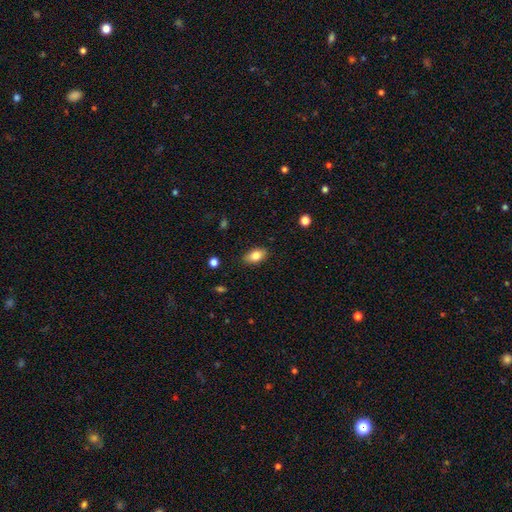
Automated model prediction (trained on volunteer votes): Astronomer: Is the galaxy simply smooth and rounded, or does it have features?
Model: smooth — 82%.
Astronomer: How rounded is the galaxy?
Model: in between — 90%.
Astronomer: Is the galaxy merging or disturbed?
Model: none — 86%.